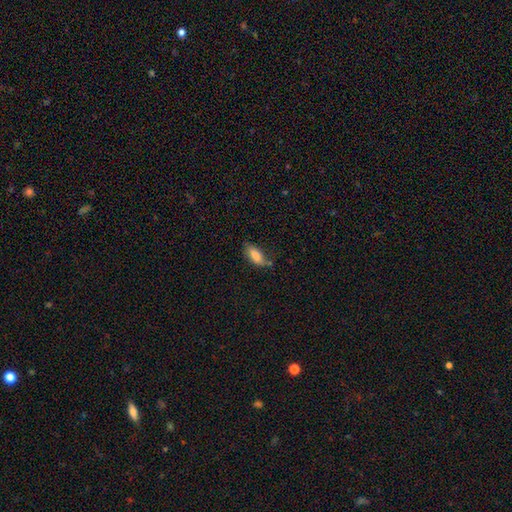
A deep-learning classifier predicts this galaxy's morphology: Q: Smooth or featured?
A: smooth (83%); runner-up: featured or disk (10%)
Q: How rounded?
A: in between (85%); runner-up: cigar-shaped (13%)
Q: Merging?
A: none (54%); runner-up: minor disturbance (31%)